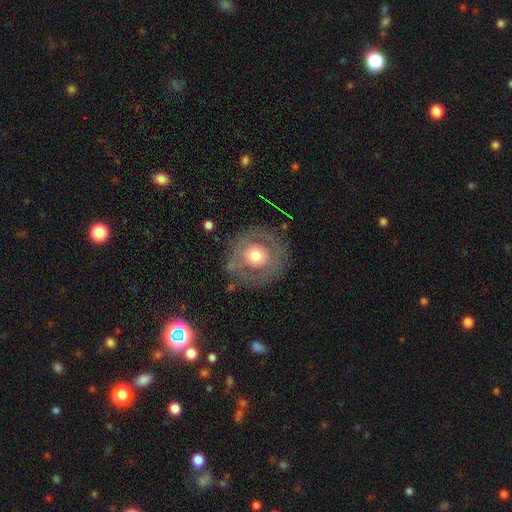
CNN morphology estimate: Smooth or featured? smooth (48%)
Merging? none (76%)